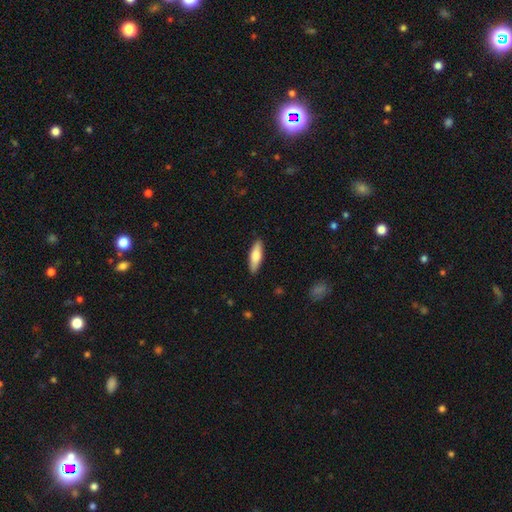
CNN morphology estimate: A smooth galaxy with no disk features (72%) that is cigar-shaped (54%).

Vote fractions:
- Smooth or featured? smooth: 72% / featured or disk: 23% / star or artifact: 5%
- How rounded? cigar-shaped: 54% / in between: 45% / round: 2%
- Merging? none: 89% / minor disturbance: 8% / major disturbance: 2% / merger: 1%